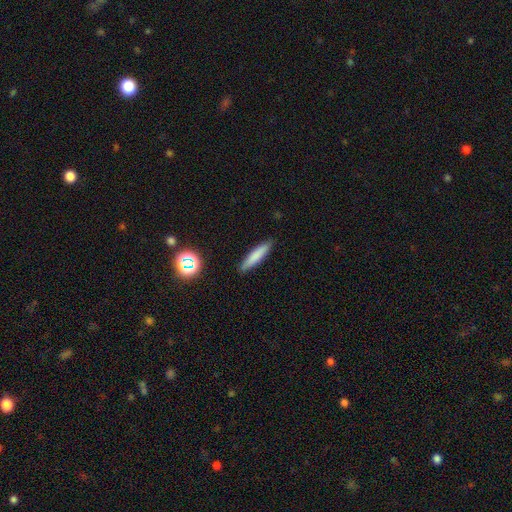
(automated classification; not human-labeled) smooth-or-featured: smooth: 77% | featured or disk: 14% | star or artifact: 8%
  how-rounded: cigar-shaped: 85% | in between: 13% | round: 1%
  merging: none: 89% | minor disturbance: 8% | major disturbance: 2% | merger: 1%